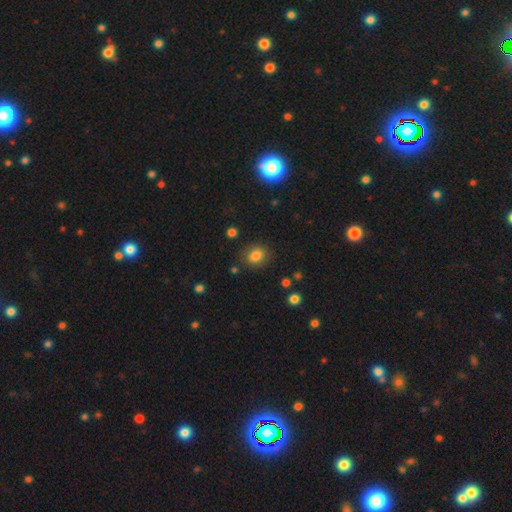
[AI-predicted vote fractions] A smooth galaxy with no disk features (81%) that is round (53%).

Vote fractions:
- Smooth or featured? smooth: 81% / star or artifact: 11% / featured or disk: 8%
- How rounded? round: 53% / in between: 45% / cigar-shaped: 1%
- Merging? none: 82% / minor disturbance: 12% / major disturbance: 4% / merger: 2%